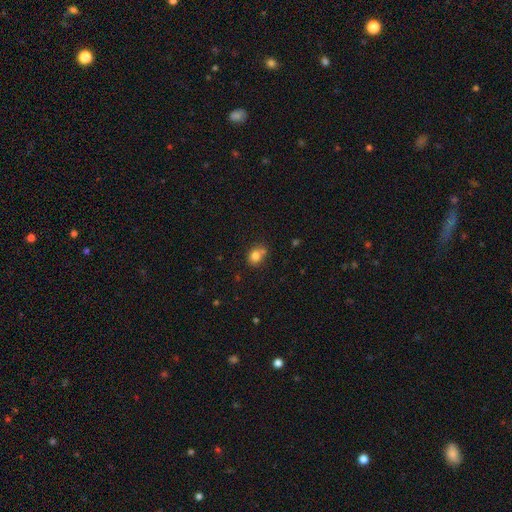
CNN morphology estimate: This is likely a smooth galaxy (80%). How rounded: likely round (60%). Merging: possibly none (53%).